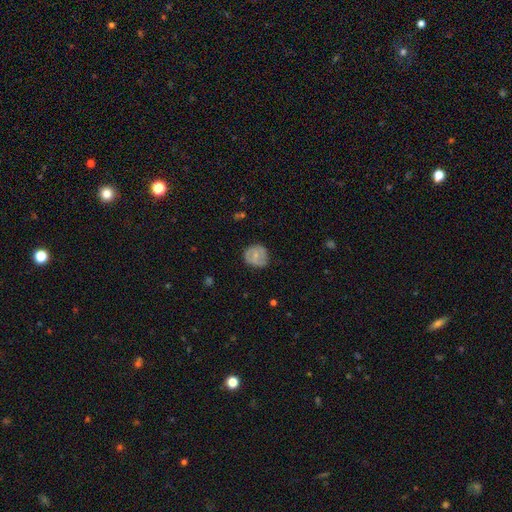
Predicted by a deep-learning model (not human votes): The model was most divided on "smooth or featured": smooth: 57%, featured or disk: 35%, star or artifact: 8%. More confident: how rounded — round (82%); merging — none (67%).